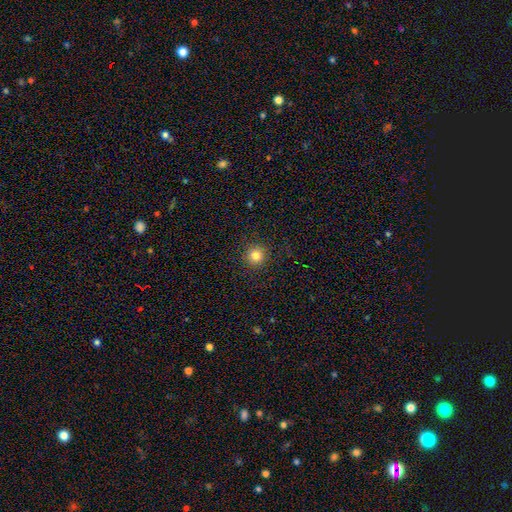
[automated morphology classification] type=smooth (82%); roundness=round (94%); merging=none (91%).